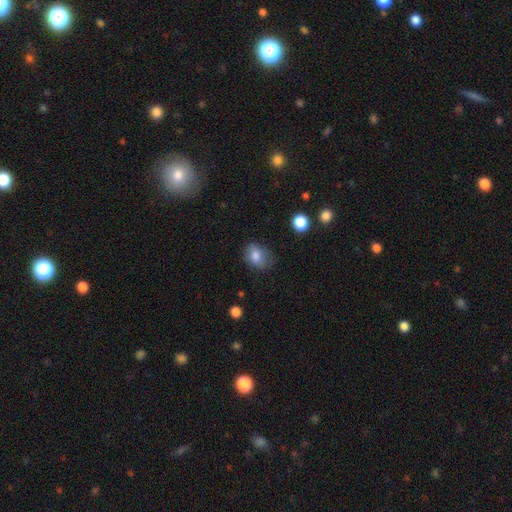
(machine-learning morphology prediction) Smooth or featured: smooth — 80% (featured or disk — 11%)
How rounded: in between — 68% (round — 31%)
Merging: none — 62% (minor disturbance — 27%)